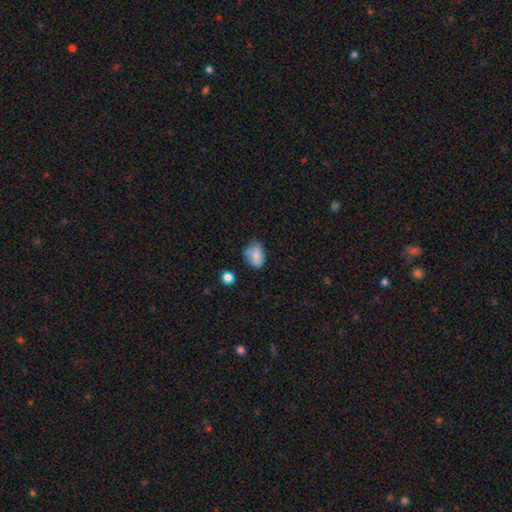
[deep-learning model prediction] Q: Smooth or featured?
A: smooth (77%); runner-up: featured or disk (14%)
Q: How rounded?
A: in between (75%); runner-up: round (24%)
Q: Merging?
A: none (60%); runner-up: minor disturbance (30%)